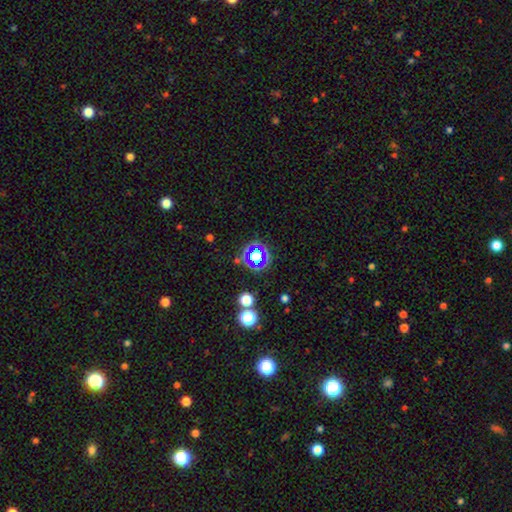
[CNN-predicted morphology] star or artifact 58%, smooth 31%, featured or disk 12%.